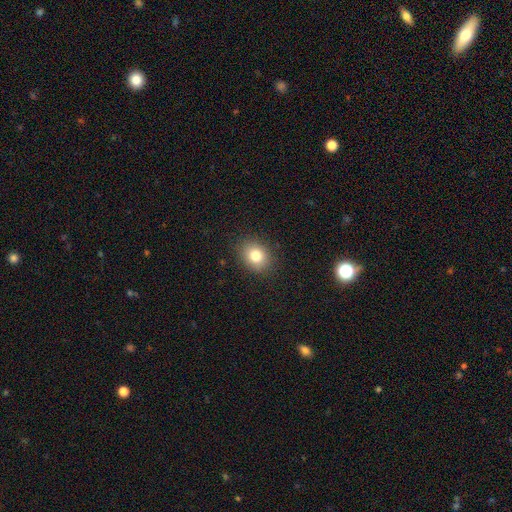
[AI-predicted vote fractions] The model was most divided on "how rounded": round: 56%, in between: 43%, cigar-shaped: 1%. More confident: merging — none (88%); smooth or featured — smooth (81%).